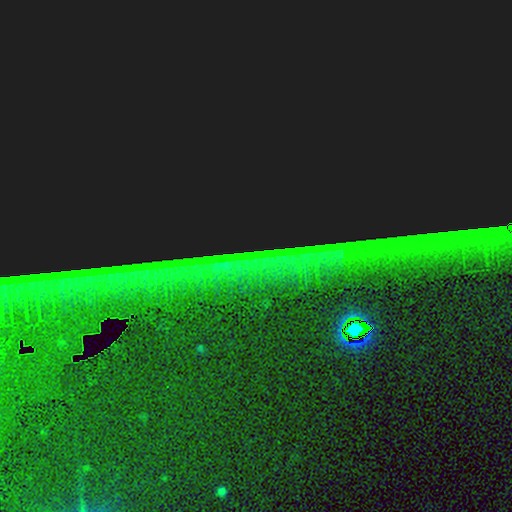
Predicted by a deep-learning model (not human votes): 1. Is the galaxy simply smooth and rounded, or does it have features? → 86% star or artifact, 7% featured or disk, 6% smooth.